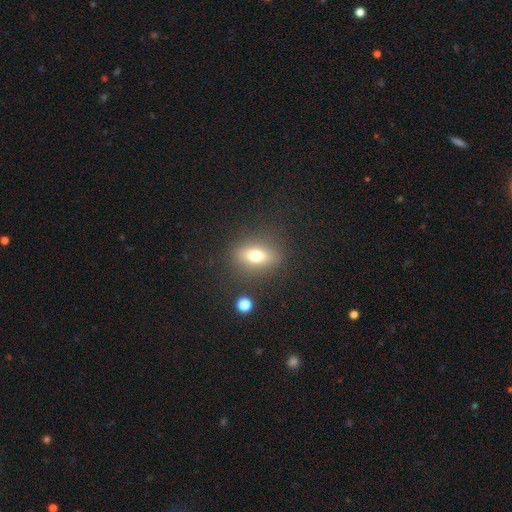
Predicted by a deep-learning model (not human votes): smooth-or-featured: smooth: 69% | featured or disk: 18% | star or artifact: 13%
  how-rounded: in between: 64% | round: 30% | cigar-shaped: 6%
  merging: none: 84% | minor disturbance: 9% | major disturbance: 4% | merger: 2%